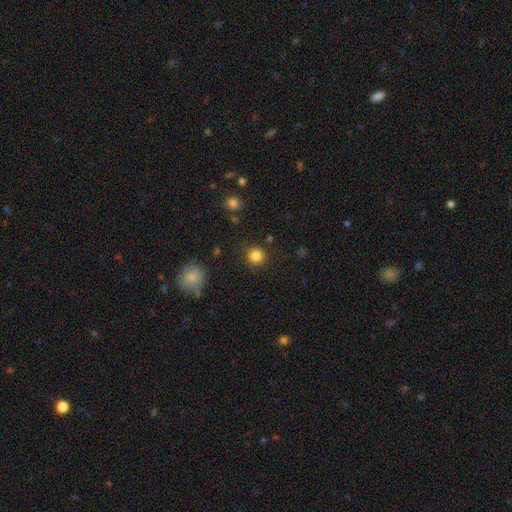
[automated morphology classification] smooth-or-featured: smooth: 84% | star or artifact: 11% | featured or disk: 5%
  how-rounded: round: 92% | in between: 7% | cigar-shaped: 1%
  merging: none: 87% | minor disturbance: 8% | major disturbance: 3% | merger: 2%